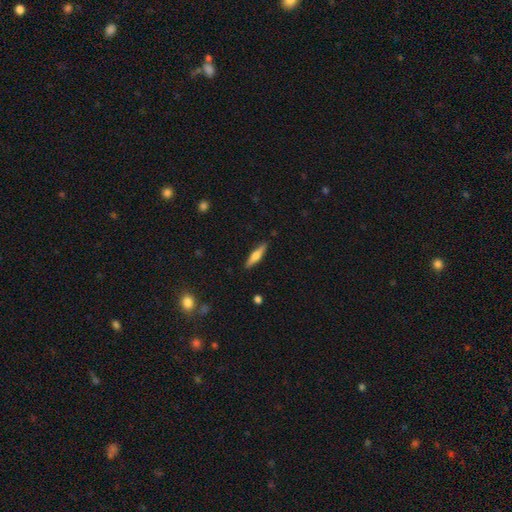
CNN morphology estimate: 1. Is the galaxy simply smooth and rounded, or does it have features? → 53% smooth, 41% featured or disk, 6% star or artifact.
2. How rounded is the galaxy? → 79% cigar-shaped, 19% in between, 2% round.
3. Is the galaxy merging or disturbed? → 89% none, 8% minor disturbance, 2% major disturbance, 1% merger.